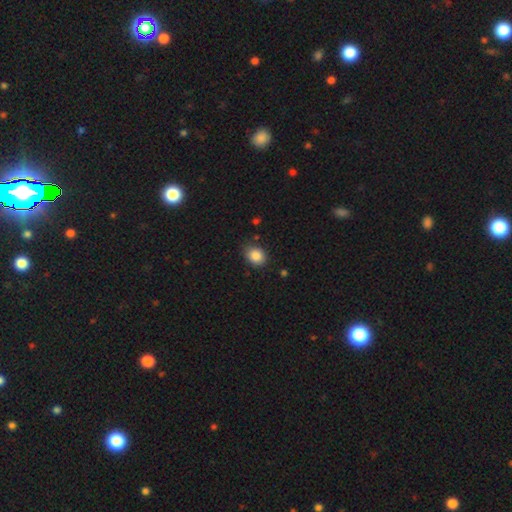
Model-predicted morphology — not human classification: Smooth or featured: smooth — 87% (star or artifact — 9%)
How rounded: round — 51% (in between — 48%)
Merging: none — 80% (minor disturbance — 15%)